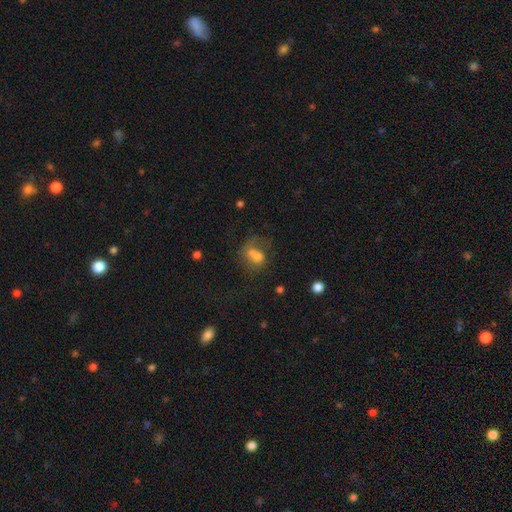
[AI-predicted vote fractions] This is possibly a smooth galaxy (52%). How rounded: possibly in between (55%). Merging: marginally merger (36%).